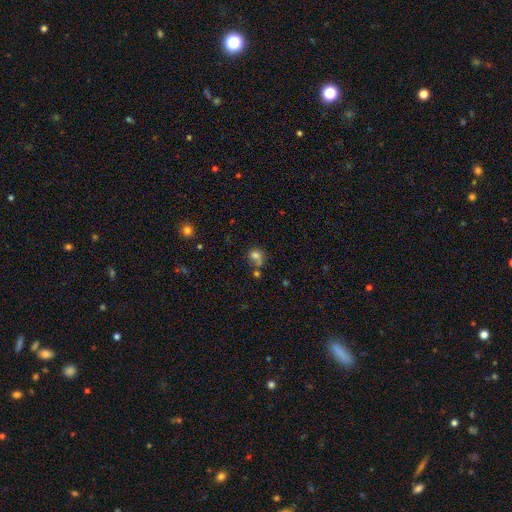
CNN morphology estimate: smooth_or_featured: smooth (p=0.76) [alt: star or artifact p=0.13]
how_rounded: round (p=0.74) [alt: in between p=0.25]
merging: none (p=0.47) [alt: merger p=0.26]